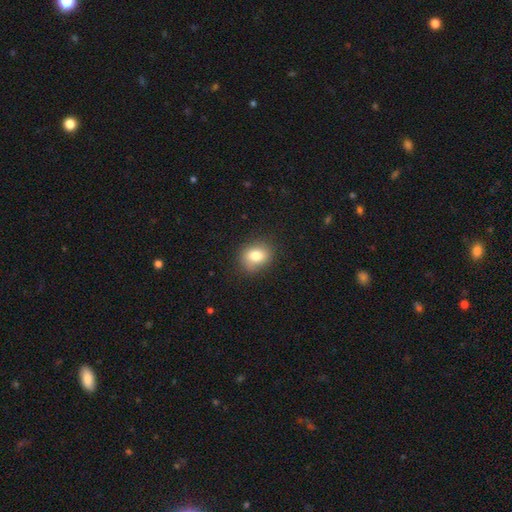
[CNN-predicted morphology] Smooth or featured? Predicted: smooth (p=0.80). How rounded? Predicted: round (p=0.56). Merging? Predicted: none (p=0.83).